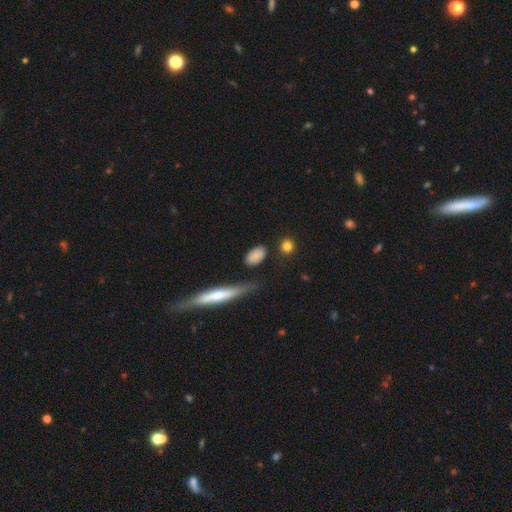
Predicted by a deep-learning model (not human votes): smooth-or-featured: smooth: 85% | featured or disk: 8% | star or artifact: 7%
  how-rounded: in between: 81% | round: 12% | cigar-shaped: 7%
  merging: none: 76% | minor disturbance: 15% | major disturbance: 5% | merger: 4%